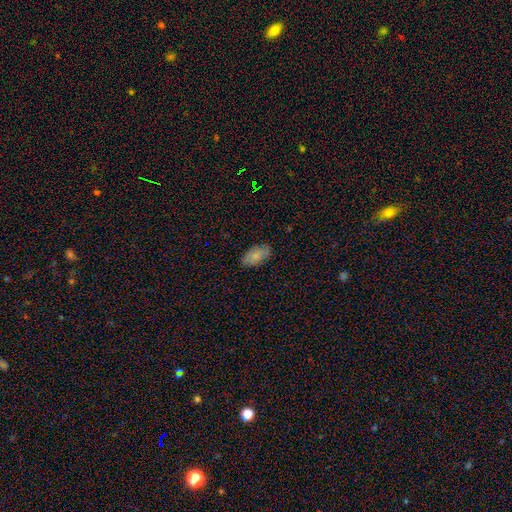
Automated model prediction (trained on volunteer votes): A smooth galaxy with no disk features (79%) that is in between round and cigar-shaped (93%).

Vote fractions:
- Smooth or featured? smooth: 79% / featured or disk: 13% / star or artifact: 8%
- How rounded? in between: 93% / cigar-shaped: 5% / round: 2%
- Merging? none: 80% / minor disturbance: 15% / major disturbance: 3% / merger: 1%